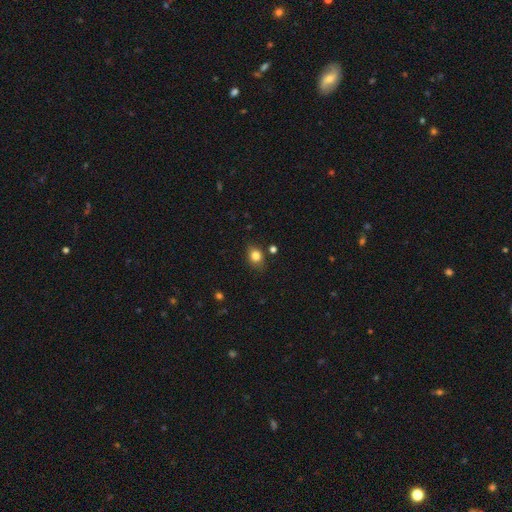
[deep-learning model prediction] A smooth galaxy with no disk features (82%) that is in between round and cigar-shaped (55%).

Vote fractions:
- Smooth or featured? smooth: 82% / star or artifact: 11% / featured or disk: 8%
- How rounded? in between: 55% / round: 44% / cigar-shaped: 1%
- Merging? none: 79% / minor disturbance: 15% / major disturbance: 3% / merger: 3%